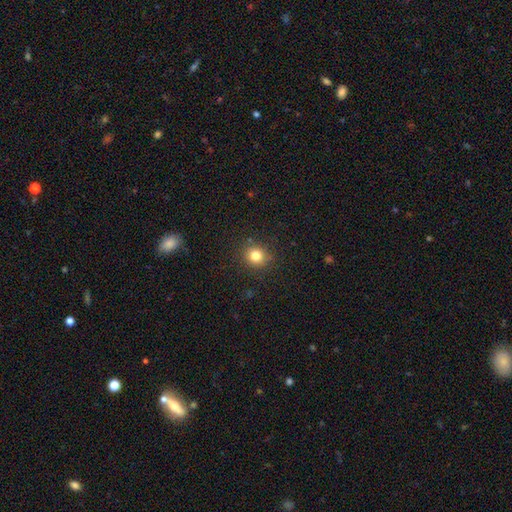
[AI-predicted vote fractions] Morphology: type=smooth (81%); roundness=round (90%); merging=none (89%).